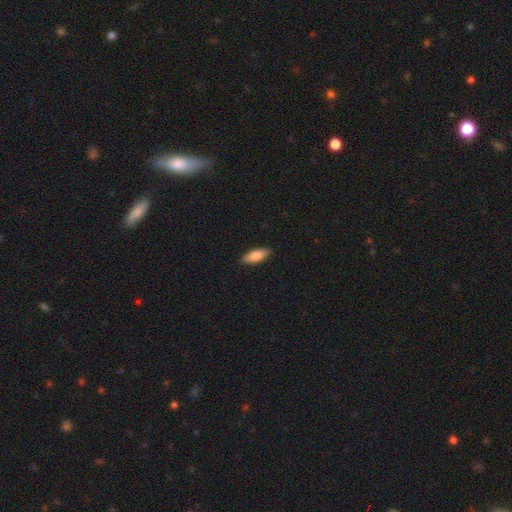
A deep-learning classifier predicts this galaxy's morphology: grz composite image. It shows a smooth galaxy with no disk features (84%) that is in between round and cigar-shaped (76%). Merging: none (89%).